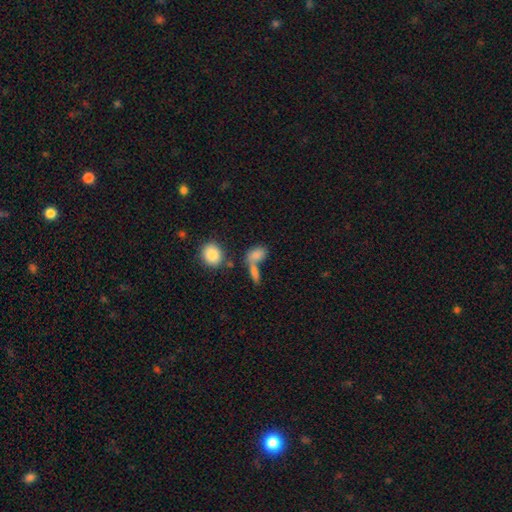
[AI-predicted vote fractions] A smooth galaxy with no disk features (80%) that is in between round and cigar-shaped (74%).

Vote fractions:
- Smooth or featured? smooth: 80% / star or artifact: 10% / featured or disk: 10%
- How rounded? in between: 74% / round: 17% / cigar-shaped: 9%
- Merging? merger: 43% / none: 39% / minor disturbance: 11% / major disturbance: 8%